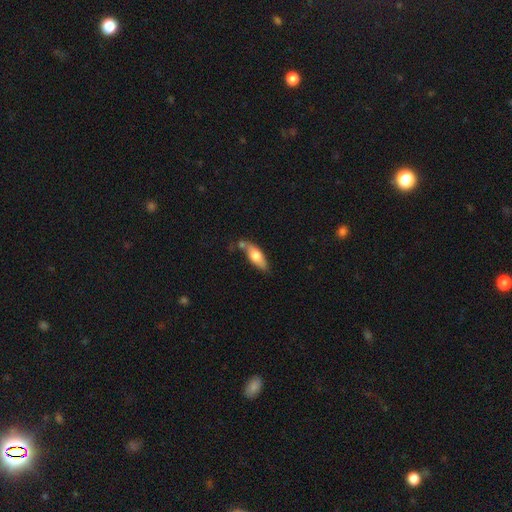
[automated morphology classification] Smooth or featured?
  - smooth: 66% *
  - featured or disk: 28%
  - star or artifact: 6%
How rounded?
  - in between: 67% *
  - cigar-shaped: 30%
  - round: 3%
Merging?
  - none: 55% *
  - minor disturbance: 23%
  - merger: 16%
  - major disturbance: 6%